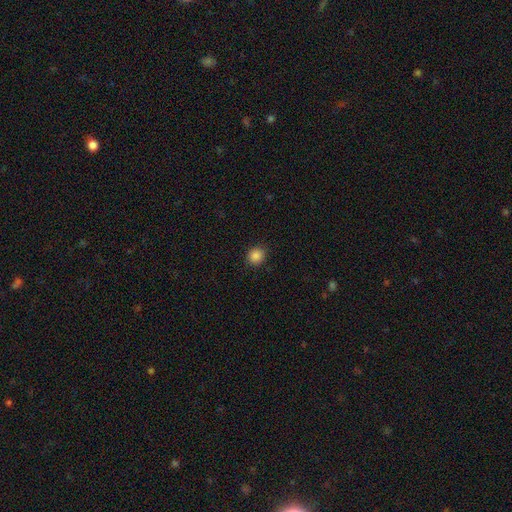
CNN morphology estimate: Smooth or featured? Predicted: smooth (p=0.86). How rounded? Predicted: round (p=0.79). Merging? Predicted: none (p=0.89).